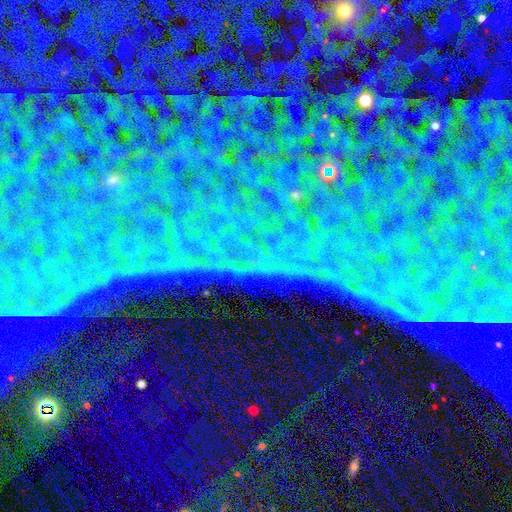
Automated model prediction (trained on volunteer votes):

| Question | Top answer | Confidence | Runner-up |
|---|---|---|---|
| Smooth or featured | star or artifact | 87% | featured or disk (7%) |